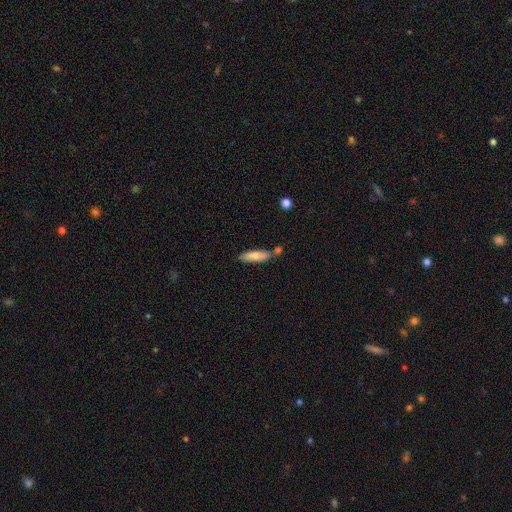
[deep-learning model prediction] A smooth galaxy with no disk features (78%) that is cigar-shaped (66%). Merging: none (63%).